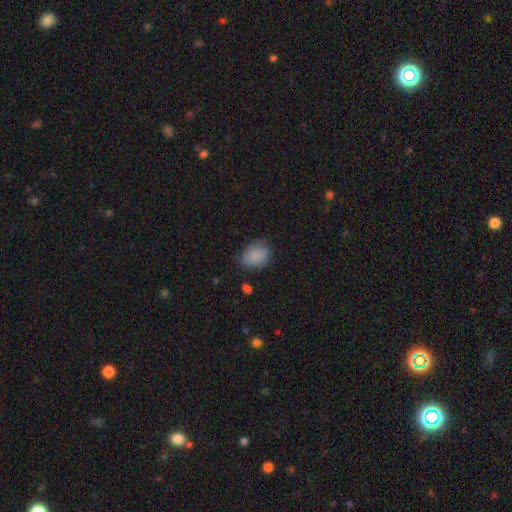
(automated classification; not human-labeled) A smooth galaxy with no disk features (86%) that is in between round and cigar-shaped (72%). Merging: none (69%).